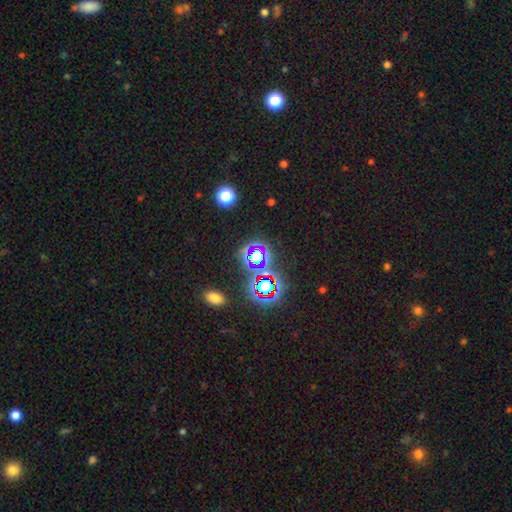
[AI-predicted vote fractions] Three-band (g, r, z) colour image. It shows a star or artifact, not a galaxy (71%).